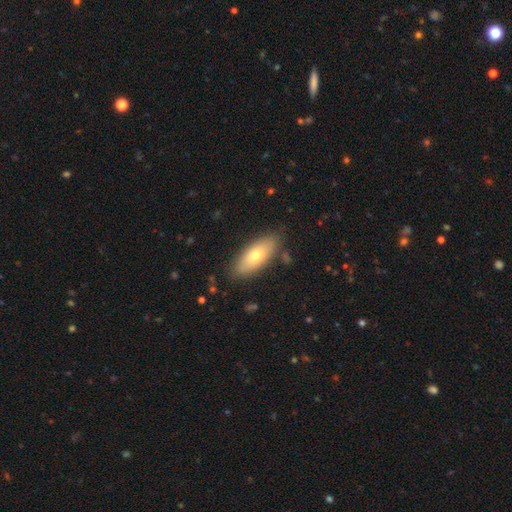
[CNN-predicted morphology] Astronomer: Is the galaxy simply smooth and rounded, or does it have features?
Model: smooth — 68%.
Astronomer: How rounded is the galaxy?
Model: in between — 77%.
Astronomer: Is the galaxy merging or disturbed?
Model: none — 83%.